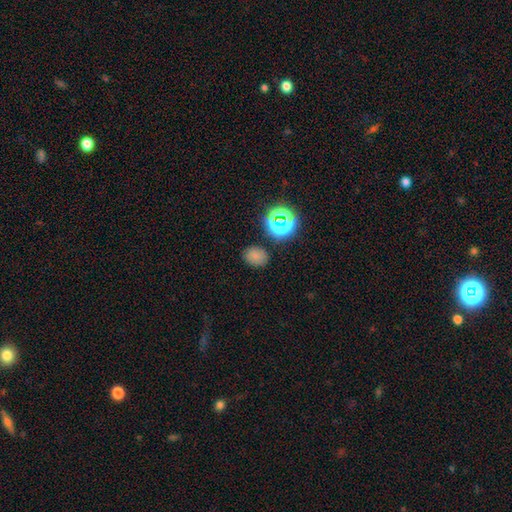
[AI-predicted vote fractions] Smooth or featured? Predicted: smooth (p=0.72). How rounded? Predicted: in between (p=0.51). Merging? Predicted: none (p=0.82).